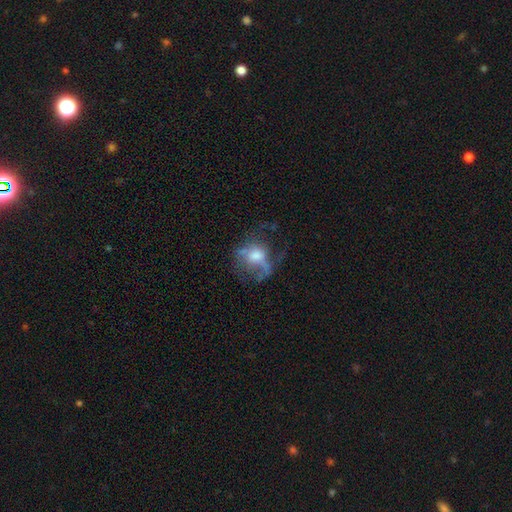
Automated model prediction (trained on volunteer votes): smooth_or_featured: featured or disk (p=0.50) [alt: smooth p=0.37]
disk_edge_on: no (p=0.94) [alt: yes p=0.06]
merging: major disturbance (p=0.41) [alt: none p=0.35]